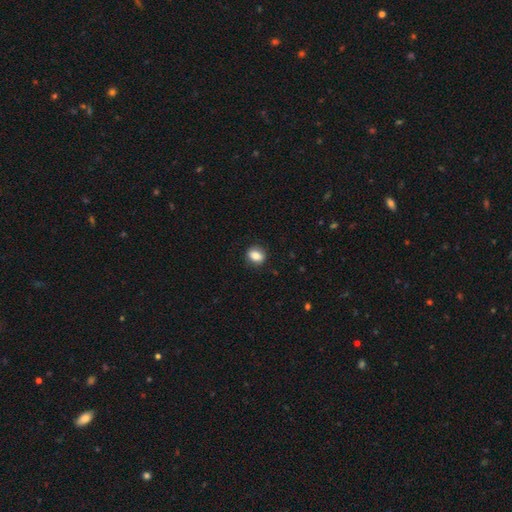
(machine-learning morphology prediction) Smooth or featured: smooth — 81% (featured or disk — 11%)
How rounded: in between — 52% (round — 46%)
Merging: none — 85% (minor disturbance — 11%)